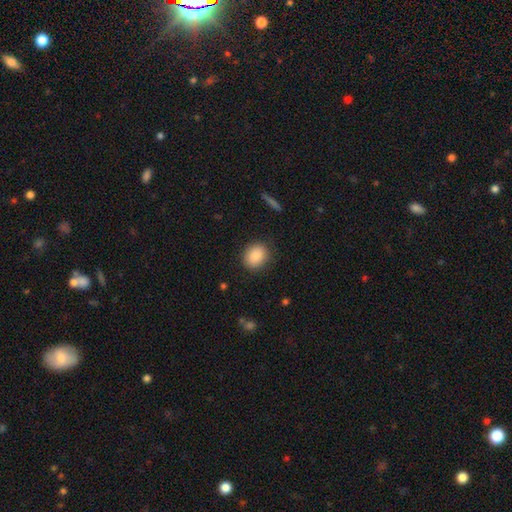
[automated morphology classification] Q: Smooth or featured?
A: smooth (87%); runner-up: star or artifact (8%)
Q: How rounded?
A: round (56%); runner-up: in between (43%)
Q: Merging?
A: none (85%); runner-up: minor disturbance (10%)